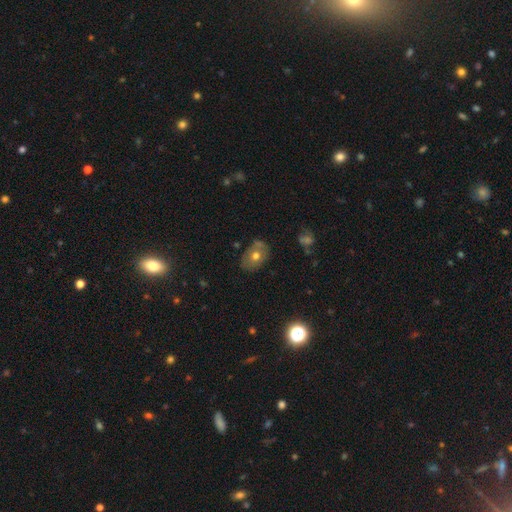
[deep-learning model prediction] A smooth galaxy with no disk features (59%) that is in between round and cigar-shaped (71%). Merging: none (70%).